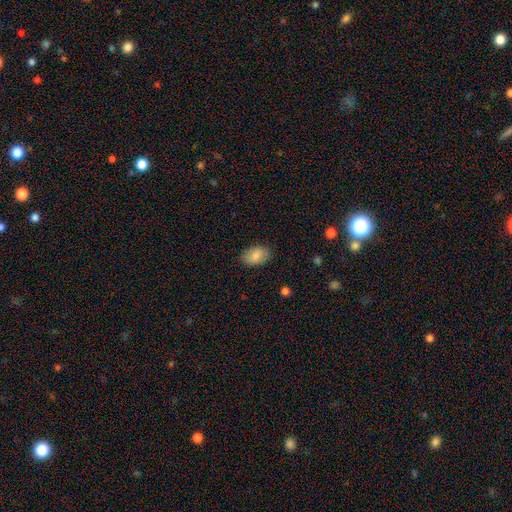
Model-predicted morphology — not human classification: smooth-or-featured: smooth: 85% | featured or disk: 8% | star or artifact: 7%
  how-rounded: in between: 91% | round: 8% | cigar-shaped: 1%
  merging: none: 84% | minor disturbance: 12% | major disturbance: 3% | merger: 1%